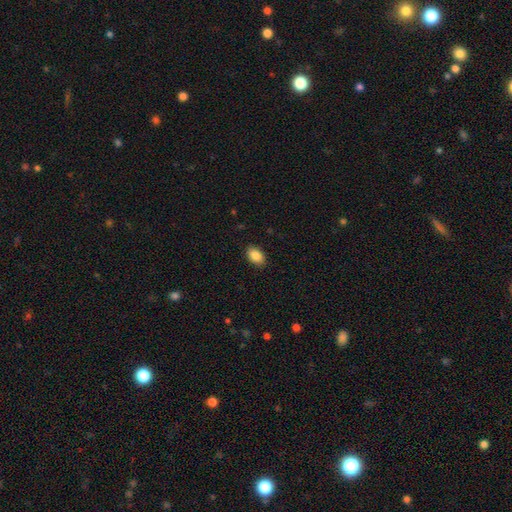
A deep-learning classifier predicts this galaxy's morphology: Smooth or featured?
  - smooth: 88% *
  - star or artifact: 8%
  - featured or disk: 5%
How rounded?
  - in between: 88% *
  - round: 10%
  - cigar-shaped: 1%
Merging?
  - none: 88% *
  - minor disturbance: 9%
  - major disturbance: 2%
  - merger: 1%